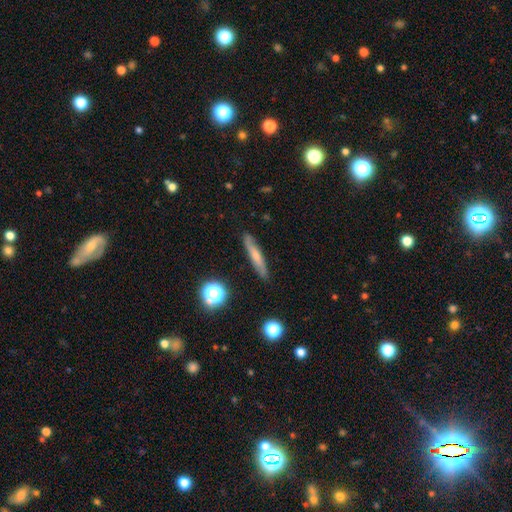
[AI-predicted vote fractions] This is possibly a smooth galaxy (56%). How rounded: clearly cigar-shaped (88%). Merging: clearly none (85%).